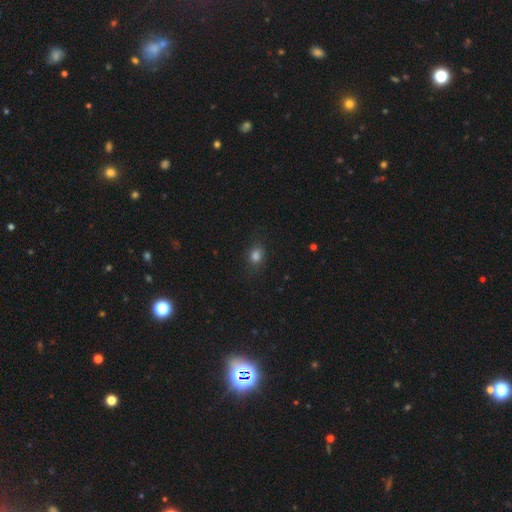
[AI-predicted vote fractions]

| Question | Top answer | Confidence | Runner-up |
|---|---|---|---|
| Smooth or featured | smooth | 80% | star or artifact (14%) |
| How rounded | in between | 64% | round (33%) |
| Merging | none | 78% | minor disturbance (15%) |